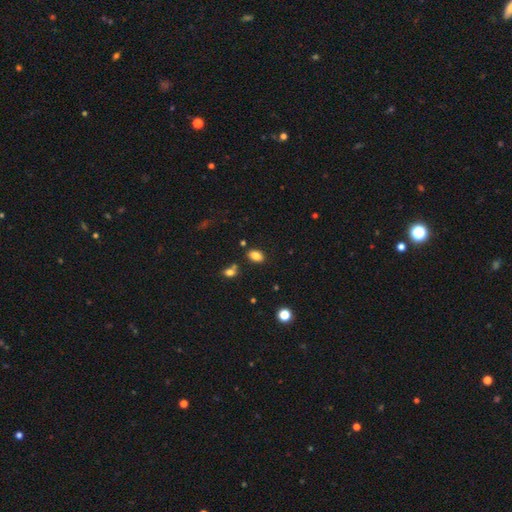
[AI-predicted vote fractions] Overall: smooth (84%). How rounded: in between (86%). Merging: none (81%).